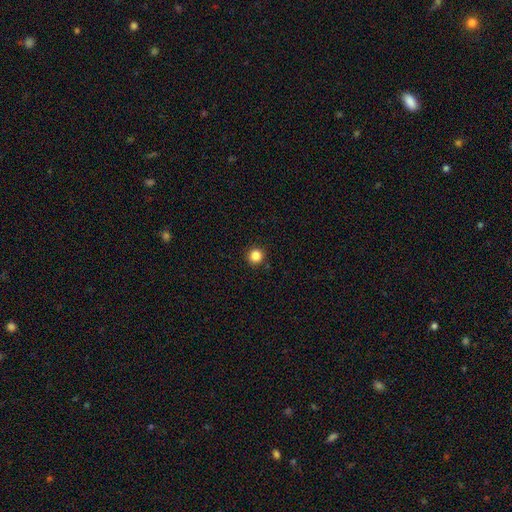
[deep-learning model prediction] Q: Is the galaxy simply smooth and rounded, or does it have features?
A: smooth — 85%.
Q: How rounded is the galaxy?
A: round — 95%.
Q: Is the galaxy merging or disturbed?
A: none — 92%.